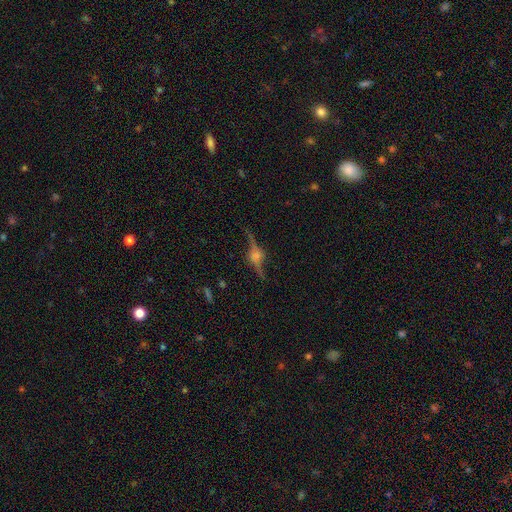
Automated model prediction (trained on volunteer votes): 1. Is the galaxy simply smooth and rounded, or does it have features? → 84% featured or disk, 9% star or artifact, 8% smooth.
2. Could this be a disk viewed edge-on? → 85% yes, 15% no.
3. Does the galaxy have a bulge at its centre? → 87% rounded, 11% boxy, 2% none.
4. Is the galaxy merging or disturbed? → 79% none, 13% minor disturbance, 6% major disturbance, 2% merger.